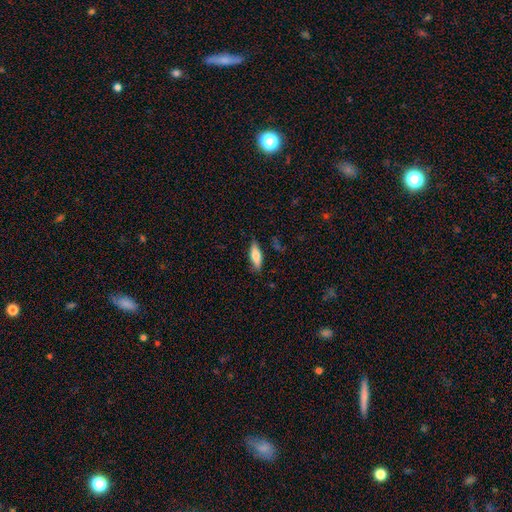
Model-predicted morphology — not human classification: Smooth or featured? smooth (70%)
How rounded? in between (51%)
Merging? none (83%)